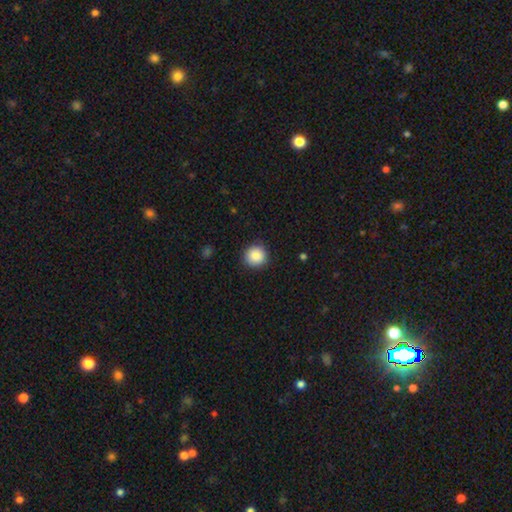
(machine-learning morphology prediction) smooth 88%, star or artifact 8%, featured or disk 3%. Down the decision tree: how rounded — round (93%); merging — none (90%).